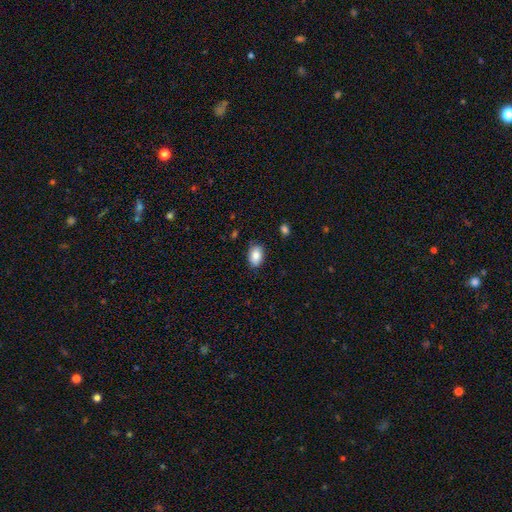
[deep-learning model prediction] Overall: smooth (85%). How rounded: in between (89%). Merging: none (80%).